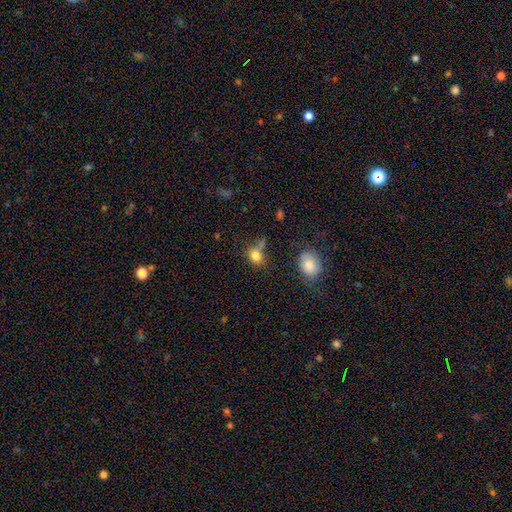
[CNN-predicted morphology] Smooth or featured: smooth — 80% (star or artifact — 11%)
How rounded: in between — 55% (round — 43%)
Merging: none — 51% (merger — 20%)